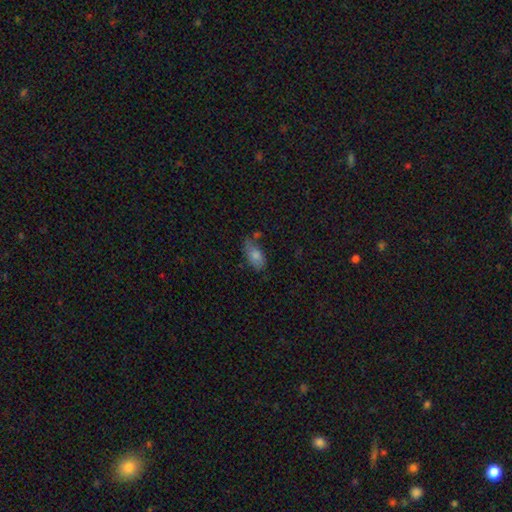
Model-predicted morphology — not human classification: Smooth or featured? Predicted: smooth (p=0.81). How rounded? Predicted: in between (p=0.91). Merging? Predicted: none (p=0.53).